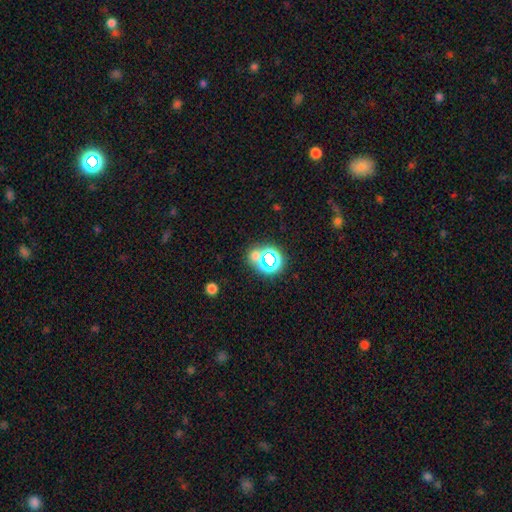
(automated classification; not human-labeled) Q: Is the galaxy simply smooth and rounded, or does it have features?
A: star or artifact — 50%.